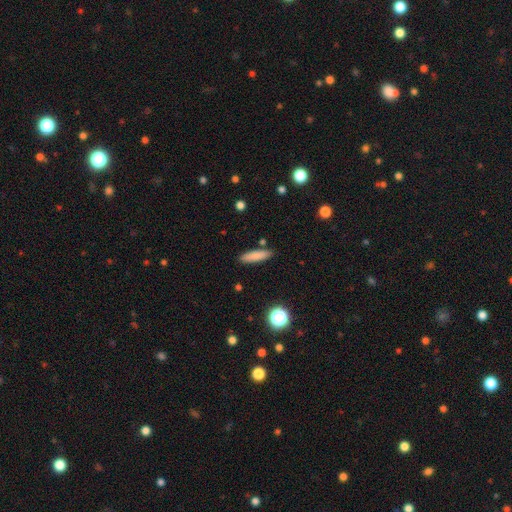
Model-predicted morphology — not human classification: A smooth galaxy with no disk features (82%) that is cigar-shaped (73%). Merging: none (87%).